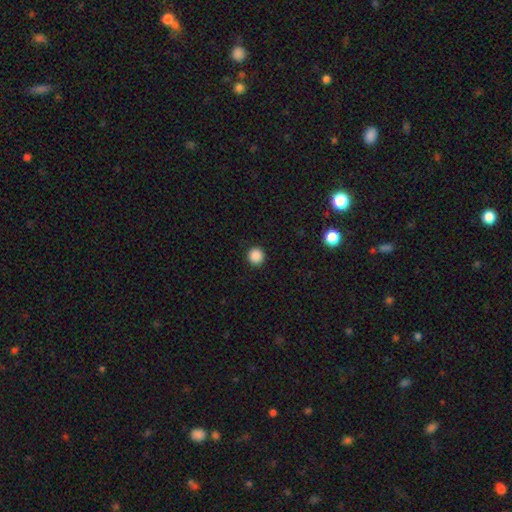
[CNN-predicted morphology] A smooth galaxy with no disk features (88%) that is round (95%). Merging: none (93%).